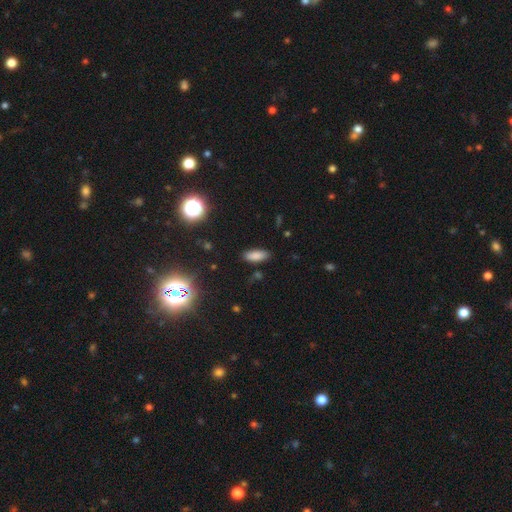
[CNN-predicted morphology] smooth 81%, star or artifact 13%, featured or disk 6%. Down the decision tree: how rounded — in between (76%); merging — none (85%).